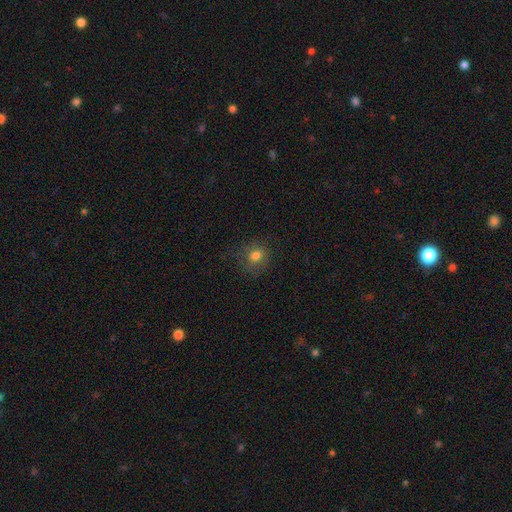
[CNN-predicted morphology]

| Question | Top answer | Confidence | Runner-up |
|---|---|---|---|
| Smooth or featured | smooth | 78% | star or artifact (13%) |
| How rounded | round | 76% | in between (23%) |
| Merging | none | 75% | minor disturbance (16%) |